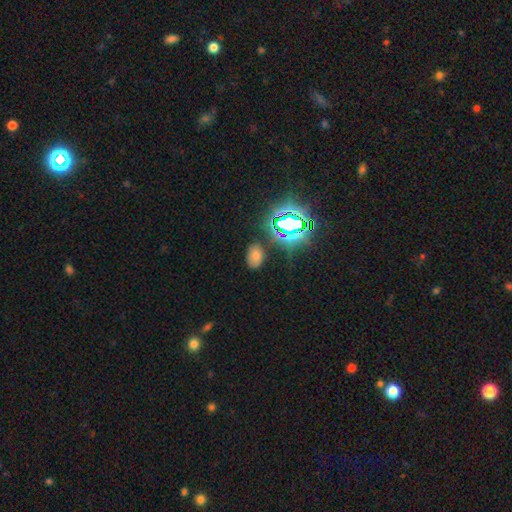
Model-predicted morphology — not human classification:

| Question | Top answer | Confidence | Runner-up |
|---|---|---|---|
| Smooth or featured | smooth | 60% | star or artifact (30%) |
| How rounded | in between | 84% | round (15%) |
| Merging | none | 78% | minor disturbance (15%) |